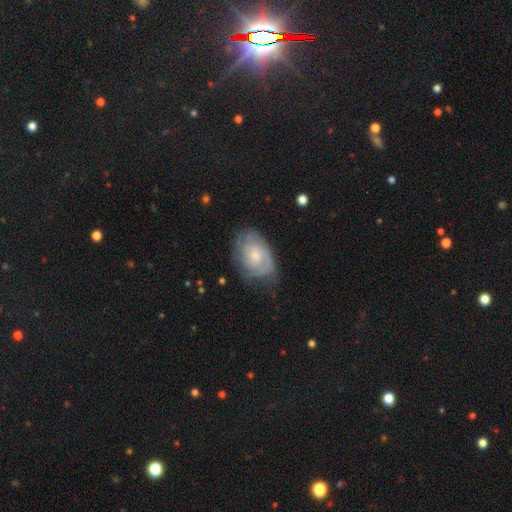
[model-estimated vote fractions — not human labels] This is likely a featured or disk galaxy (71%). It is clearly not viewed edge-on (97%). Bar: likely no (71%). Spiral arm pattern: clearly yes (91%). Spiral arm count: marginally 2 (36%). Spiral winding: possibly tight (55%). Central bulge: possibly small (58%). Merging: likely none (62%).